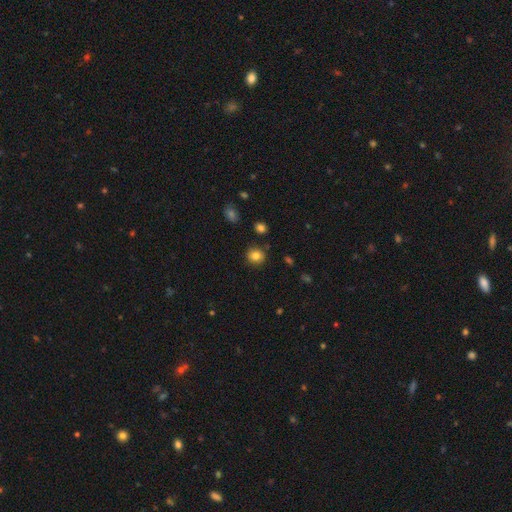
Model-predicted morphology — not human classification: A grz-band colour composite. It shows a smooth galaxy with no disk features (83%) that is round (84%). Merging: none (87%).